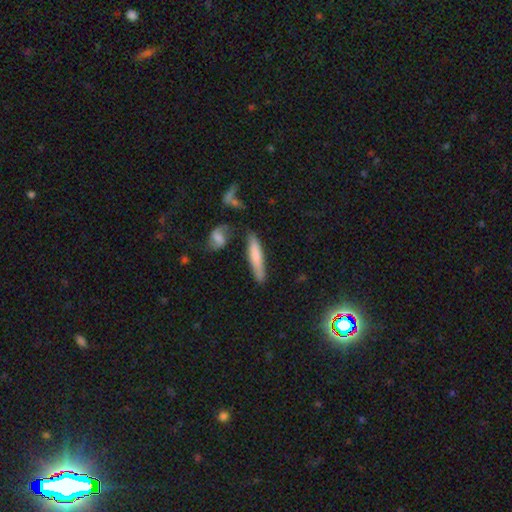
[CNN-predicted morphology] Smooth or featured: smooth — 71% (featured or disk — 22%)
How rounded: cigar-shaped — 85% (in between — 13%)
Merging: none — 72% (minor disturbance — 17%)